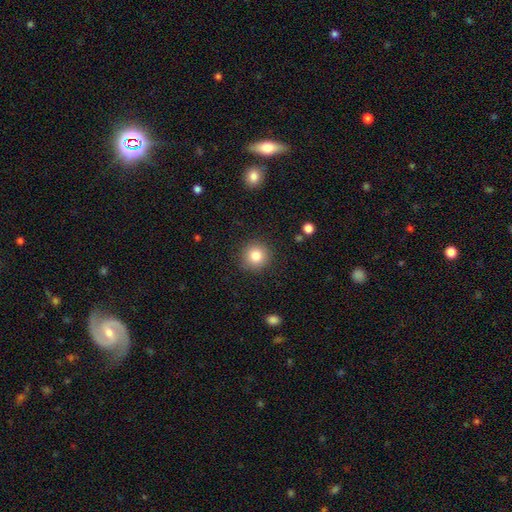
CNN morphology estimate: Q: Smooth or featured?
A: smooth (83%); runner-up: star or artifact (10%)
Q: How rounded?
A: round (93%); runner-up: in between (6%)
Q: Merging?
A: none (90%); runner-up: minor disturbance (7%)